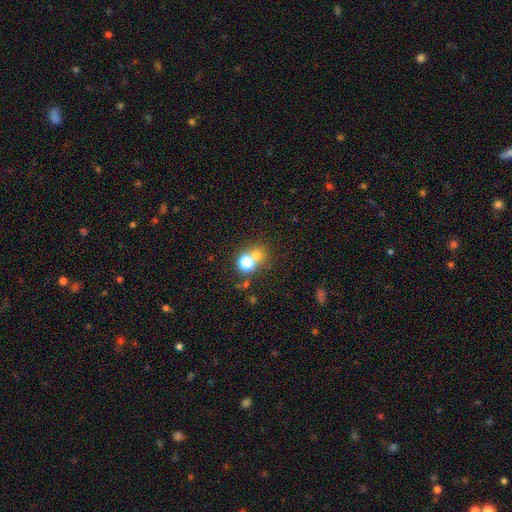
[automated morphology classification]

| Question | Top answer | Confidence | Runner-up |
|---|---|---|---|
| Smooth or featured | smooth | 63% | star or artifact (26%) |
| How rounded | round | 85% | in between (14%) |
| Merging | none | 54% | merger (35%) |